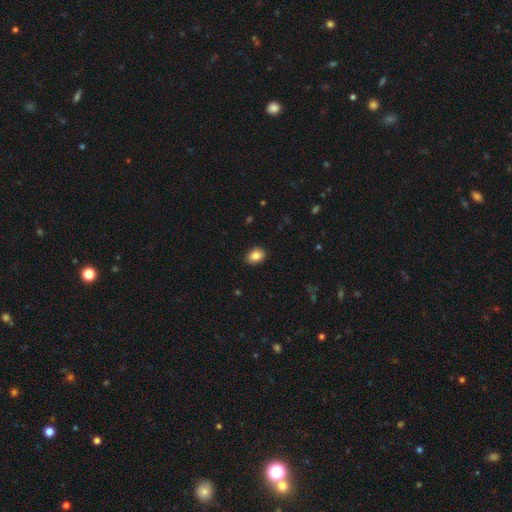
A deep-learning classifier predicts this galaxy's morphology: This appears to be a smooth galaxy with no disk features (85%) that is in between round and cigar-shaped (73%). Merging: none (89%).